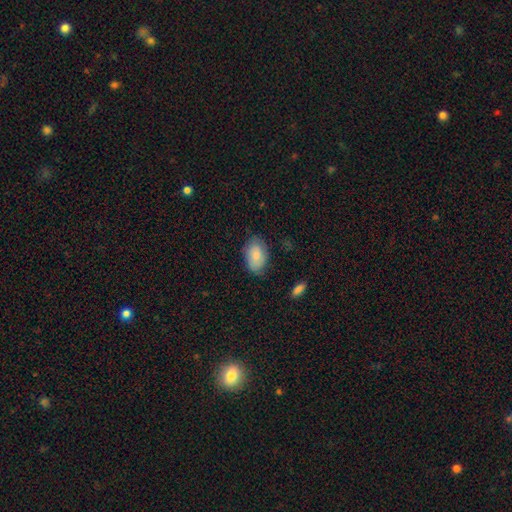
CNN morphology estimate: Smooth or featured: smooth — 81% (featured or disk — 13%)
How rounded: in between — 91% (round — 7%)
Merging: none — 76% (minor disturbance — 19%)